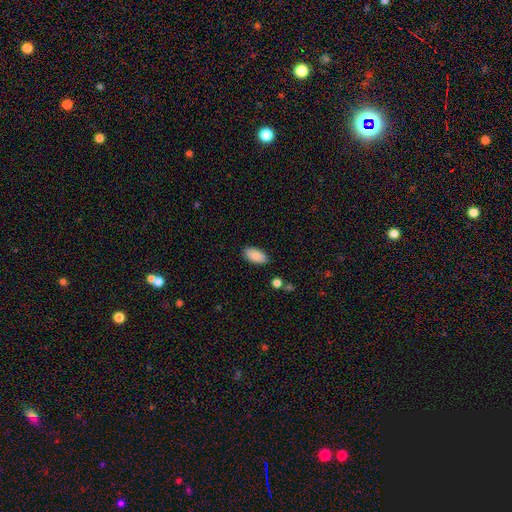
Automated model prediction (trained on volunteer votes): smooth 88%, star or artifact 6%, featured or disk 5%. Down the decision tree: how rounded — in between (94%); merging — none (87%).